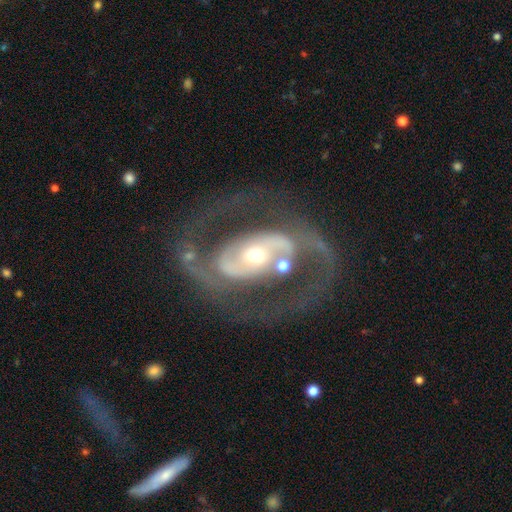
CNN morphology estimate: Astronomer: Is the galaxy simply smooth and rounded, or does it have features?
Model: featured or disk — 88%.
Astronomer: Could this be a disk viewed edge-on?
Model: no — 96%.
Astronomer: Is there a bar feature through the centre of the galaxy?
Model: no — 39% (runner-up: strong, 31%).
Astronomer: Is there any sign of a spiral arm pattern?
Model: yes — 86%.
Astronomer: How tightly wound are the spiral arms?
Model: medium — 55%.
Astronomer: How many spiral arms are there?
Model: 2 — 89%.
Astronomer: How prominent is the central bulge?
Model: moderate — 59%.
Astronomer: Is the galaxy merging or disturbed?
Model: none — 72%.